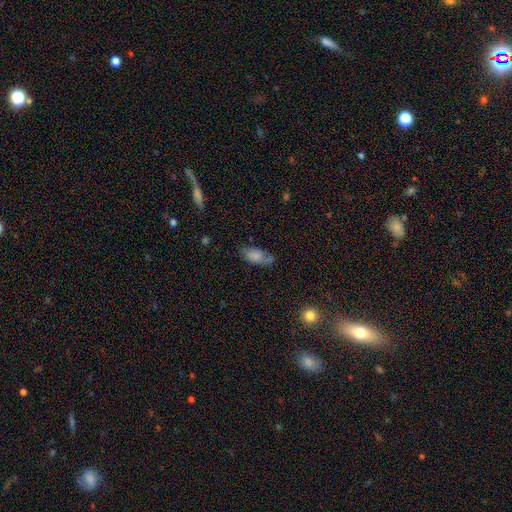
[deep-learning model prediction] Overall: smooth (80%). How rounded: in between (87%). Merging: none (61%; minor disturbance 27%).